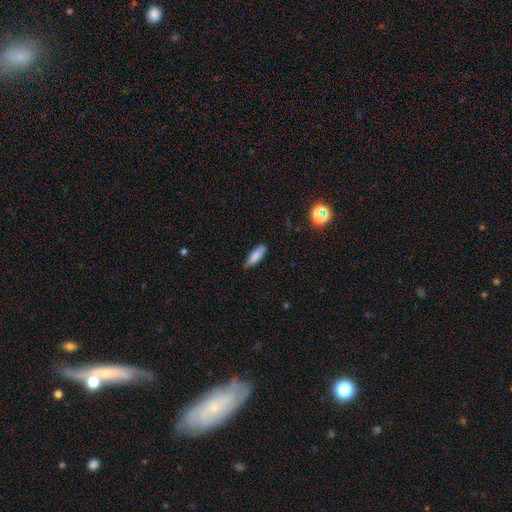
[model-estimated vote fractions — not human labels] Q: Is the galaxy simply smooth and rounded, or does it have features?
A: smooth — 81%.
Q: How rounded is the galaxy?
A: cigar-shaped — 54%.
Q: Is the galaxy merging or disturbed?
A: none — 78%.